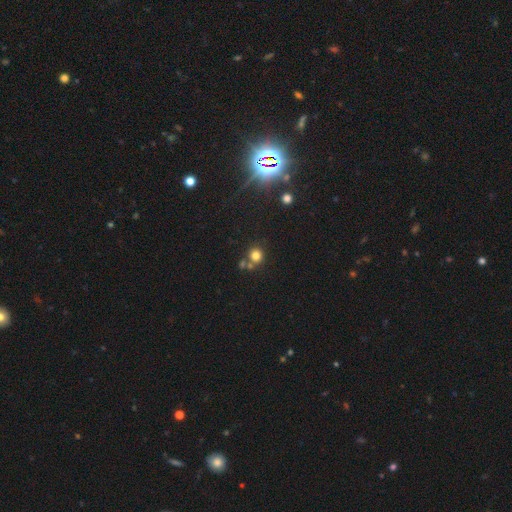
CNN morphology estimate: This appears to be a smooth galaxy with no disk features (77%) that is round (89%). Merging: none (64%).